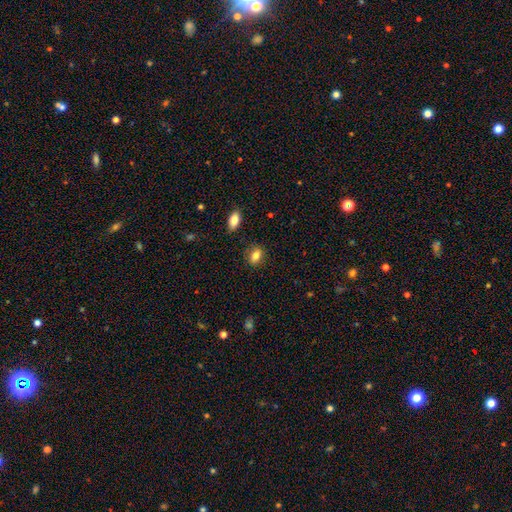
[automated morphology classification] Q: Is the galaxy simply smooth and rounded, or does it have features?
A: smooth — 81%.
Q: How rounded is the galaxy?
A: in between — 74%.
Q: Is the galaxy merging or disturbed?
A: none — 85%.